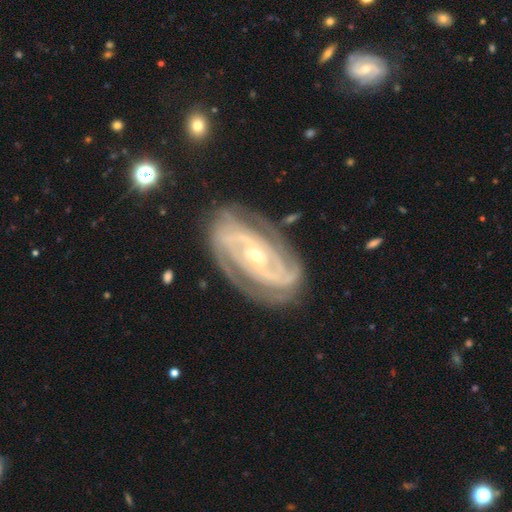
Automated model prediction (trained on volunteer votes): This is clearly a featured or disk galaxy (92%). It is clearly not viewed edge-on (96%). Bar: marginally no (45%). Spiral arm pattern: clearly yes (98%). Spiral arm count: possibly 2 (48%). Spiral winding: likely tight (66%). Central bulge: likely small (67%). Merging: likely none (76%).